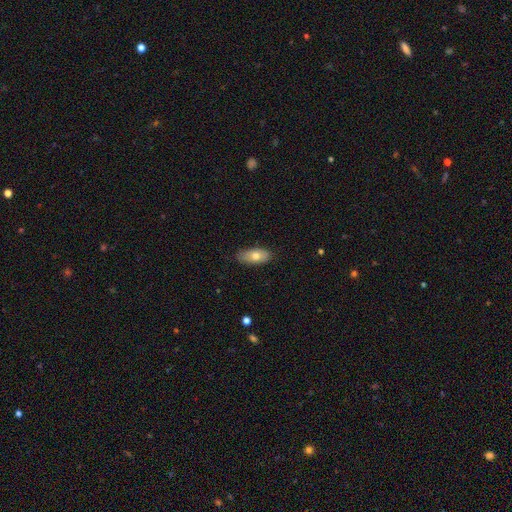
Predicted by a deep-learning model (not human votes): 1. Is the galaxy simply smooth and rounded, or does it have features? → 74% smooth, 20% featured or disk, 6% star or artifact.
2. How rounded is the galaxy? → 87% in between, 10% cigar-shaped, 3% round.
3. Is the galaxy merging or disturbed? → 84% none, 13% minor disturbance, 2% major disturbance, 1% merger.